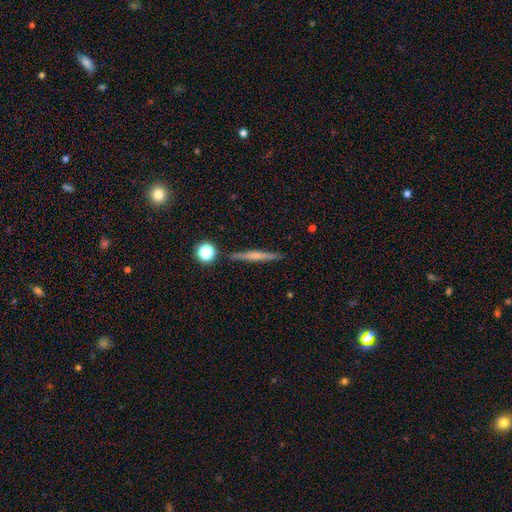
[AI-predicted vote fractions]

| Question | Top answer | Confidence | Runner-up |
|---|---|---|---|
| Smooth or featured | featured or disk | 49% | smooth (43%) |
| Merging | none | 89% | minor disturbance (7%) |